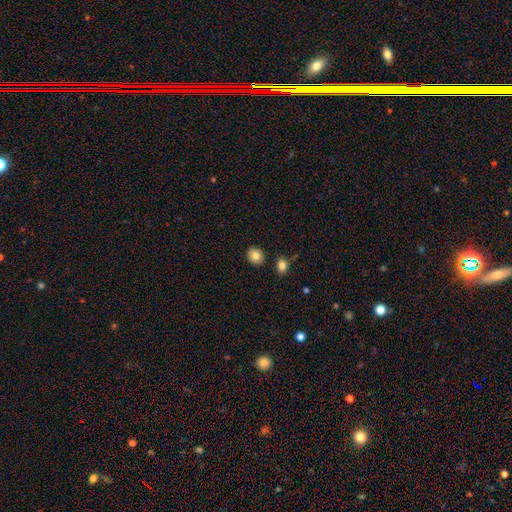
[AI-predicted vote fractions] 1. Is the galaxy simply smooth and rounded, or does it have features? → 83% smooth, 9% star or artifact, 8% featured or disk.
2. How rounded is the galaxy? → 77% round, 22% in between, 1% cigar-shaped.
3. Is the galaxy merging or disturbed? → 87% none, 7% minor disturbance, 4% merger, 2% major disturbance.